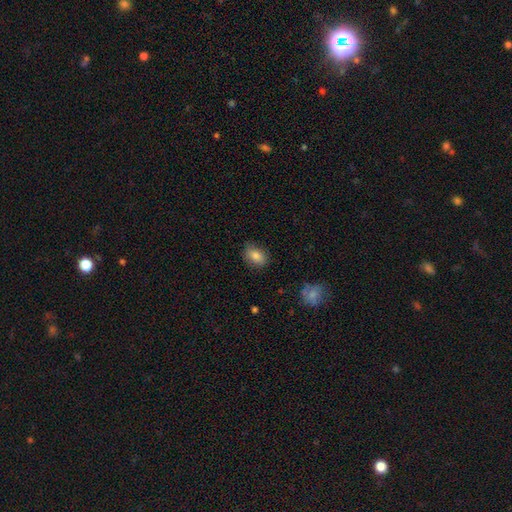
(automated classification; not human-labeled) Overall: smooth (83%). How rounded: in between (74%). Merging: none (80%).